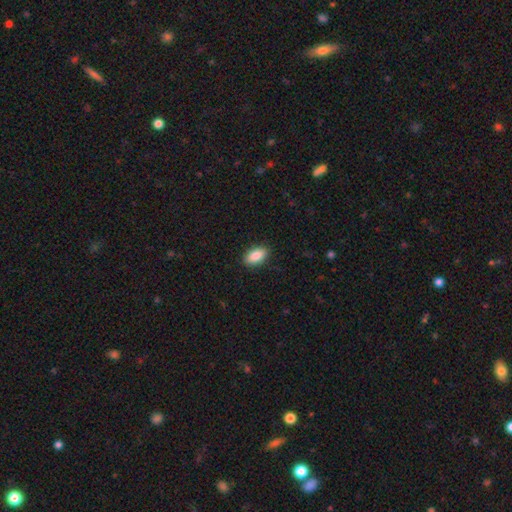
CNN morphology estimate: Smooth or featured? Predicted: smooth (p=0.89). How rounded? Predicted: in between (p=0.93). Merging? Predicted: none (p=0.89).